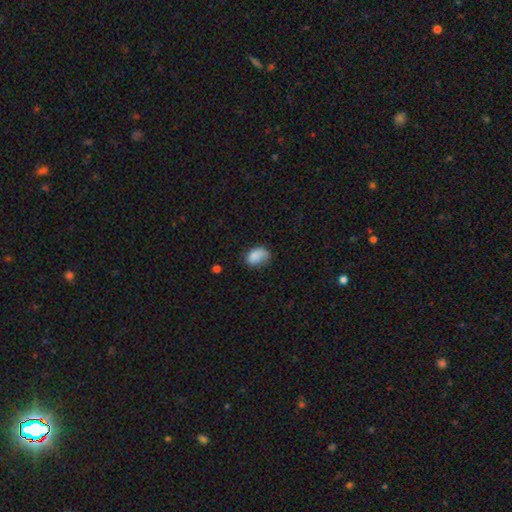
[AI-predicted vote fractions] smooth-or-featured: smooth: 82% | featured or disk: 10% | star or artifact: 8%
  how-rounded: in between: 83% | round: 16% | cigar-shaped: 1%
  merging: none: 49% | minor disturbance: 35% | major disturbance: 14% | merger: 2%